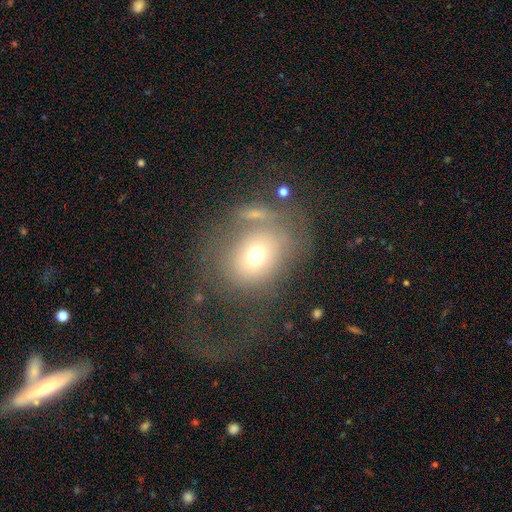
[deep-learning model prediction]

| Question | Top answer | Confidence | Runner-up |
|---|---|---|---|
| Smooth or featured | smooth | 63% | featured or disk (25%) |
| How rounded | round | 59% | in between (40%) |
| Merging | major disturbance | 38% | none (33%) |